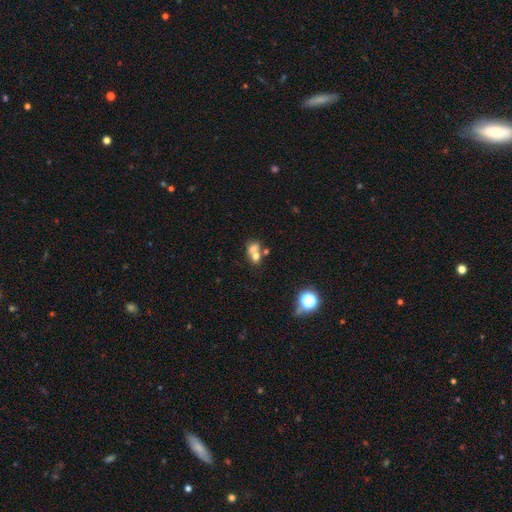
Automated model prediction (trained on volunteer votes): A smooth galaxy with no disk features (64%) that is round (54%). Merging: merger (64%).